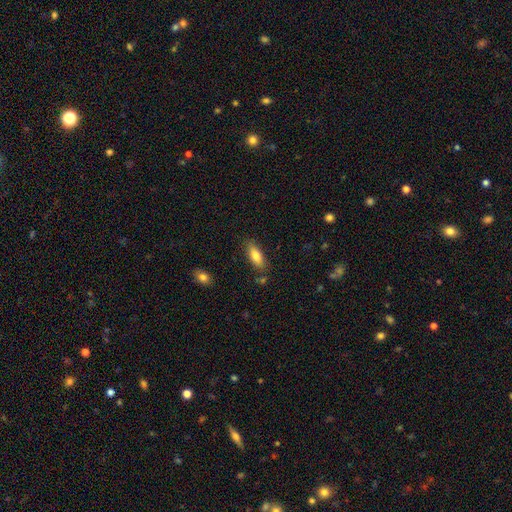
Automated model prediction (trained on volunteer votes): A smooth galaxy with no disk features (79%) that is in between round and cigar-shaped (72%).

Vote fractions:
- Smooth or featured? smooth: 79% / featured or disk: 15% / star or artifact: 7%
- How rounded? in between: 72% / cigar-shaped: 26% / round: 2%
- Merging? none: 81% / minor disturbance: 13% / merger: 3% / major disturbance: 3%